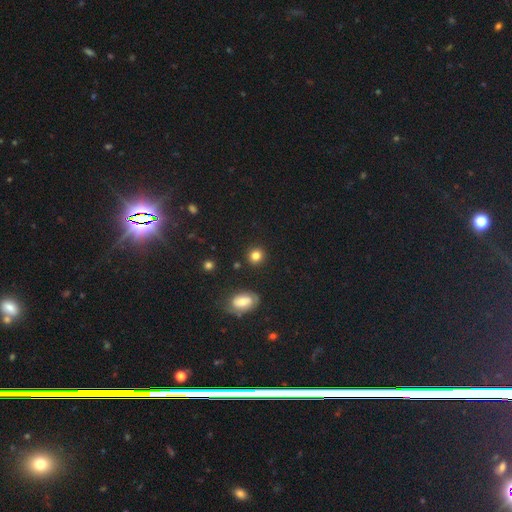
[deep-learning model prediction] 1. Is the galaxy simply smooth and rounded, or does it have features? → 83% smooth, 11% star or artifact, 6% featured or disk.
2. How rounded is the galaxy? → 87% round, 12% in between, 1% cigar-shaped.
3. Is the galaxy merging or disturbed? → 89% none, 7% minor disturbance, 2% merger, 2% major disturbance.